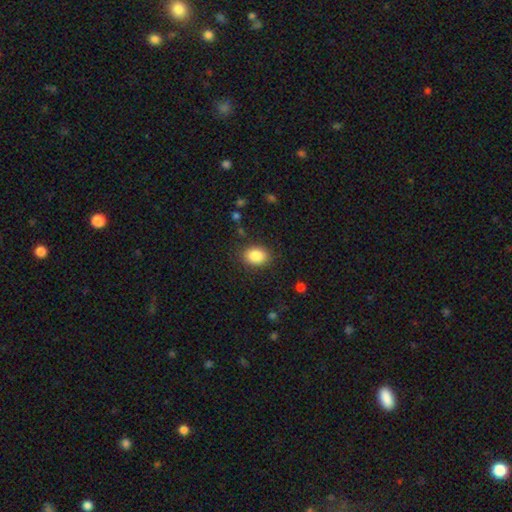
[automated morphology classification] Overall: smooth (87%). How rounded: in between (69%; round 30%). Merging: none (86%).